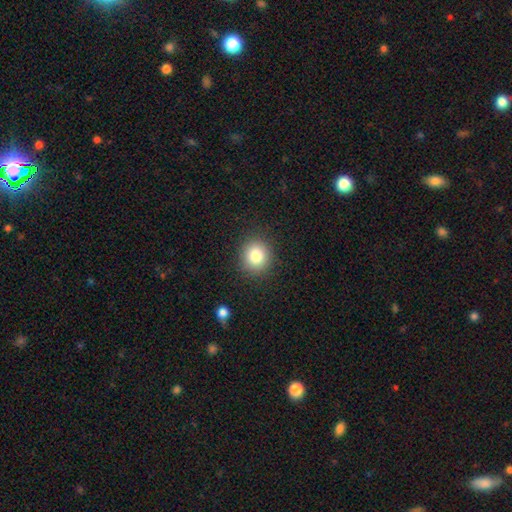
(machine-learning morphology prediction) Q: Smooth or featured?
A: smooth (81%); runner-up: star or artifact (11%)
Q: How rounded?
A: round (87%); runner-up: in between (12%)
Q: Merging?
A: none (89%); runner-up: minor disturbance (7%)